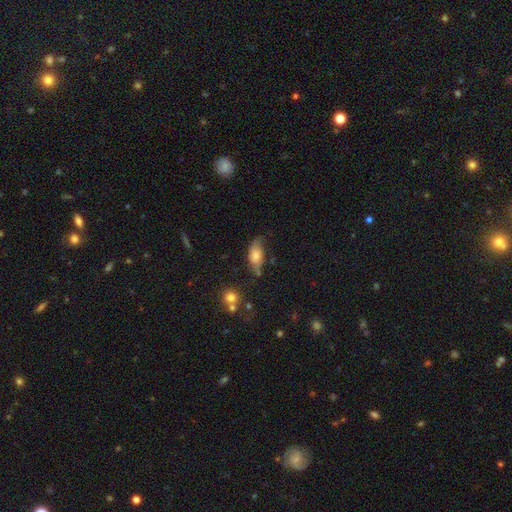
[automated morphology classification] Overall: smooth (68%). How rounded: in between (89%). Merging: none (48%; minor disturbance 35%).